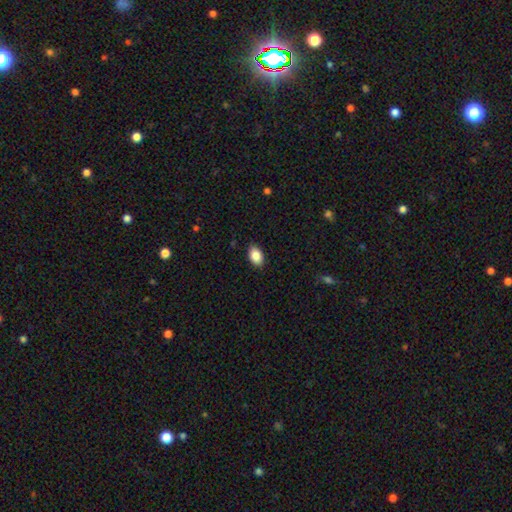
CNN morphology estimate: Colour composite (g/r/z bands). It shows a smooth galaxy with no disk features (87%) that is in between round and cigar-shaped (89%). Merging: none (88%).